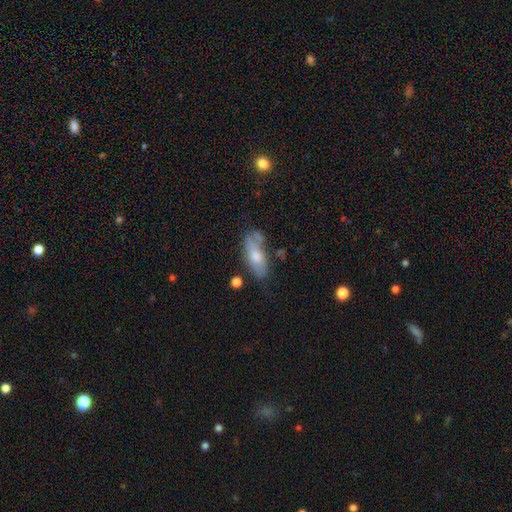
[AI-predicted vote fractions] A smooth galaxy with no disk features (60%) that is in between round and cigar-shaped (81%). Merging: none (52%).